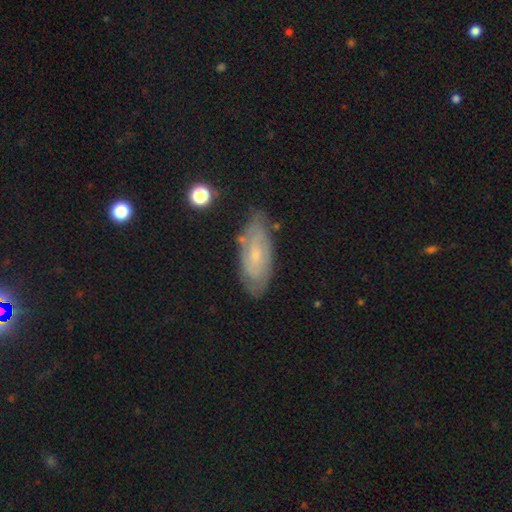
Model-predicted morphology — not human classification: This appears to be a featured or disk galaxy (60%) with no bar (61%), spiral arms (75%) and a small central bulge (71%). Merging: none (73%).